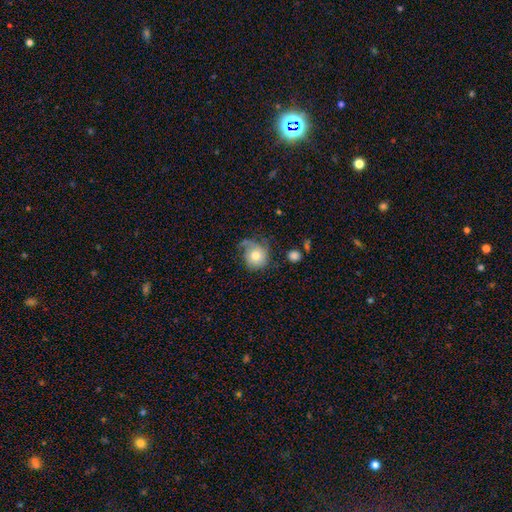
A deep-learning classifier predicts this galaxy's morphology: This appears to be a smooth galaxy with no disk features (65%) that is round (79%). Merging: none (46%).